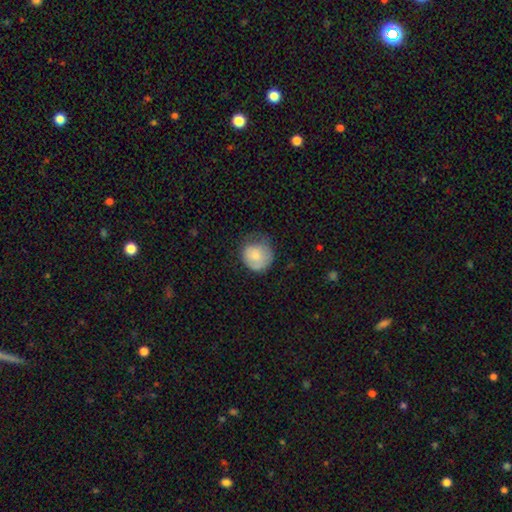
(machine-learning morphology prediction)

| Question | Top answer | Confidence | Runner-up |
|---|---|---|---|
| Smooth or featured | smooth | 75% | featured or disk (18%) |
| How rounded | round | 84% | in between (15%) |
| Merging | none | 44% | minor disturbance (35%) |